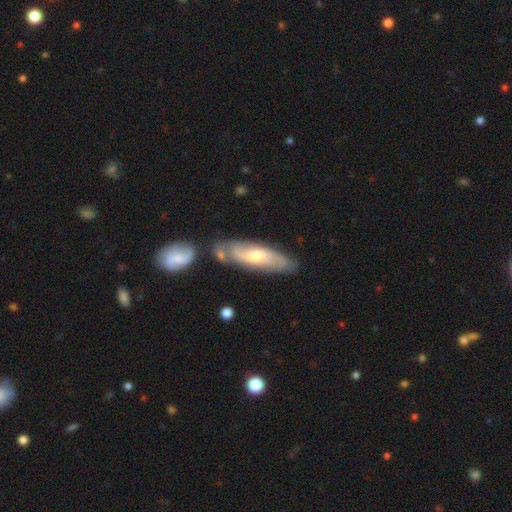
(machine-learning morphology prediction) Smooth or featured? Predicted: featured or disk (p=0.60). Edge-on disk? Predicted: no (p=0.75). Merging? Predicted: none (p=0.63).